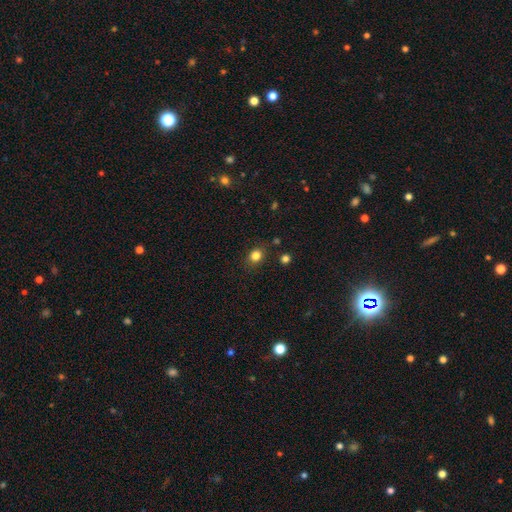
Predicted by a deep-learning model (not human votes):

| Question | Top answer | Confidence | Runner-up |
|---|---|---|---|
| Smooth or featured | smooth | 82% | star or artifact (13%) |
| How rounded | round | 67% | in between (32%) |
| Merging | none | 85% | minor disturbance (10%) |